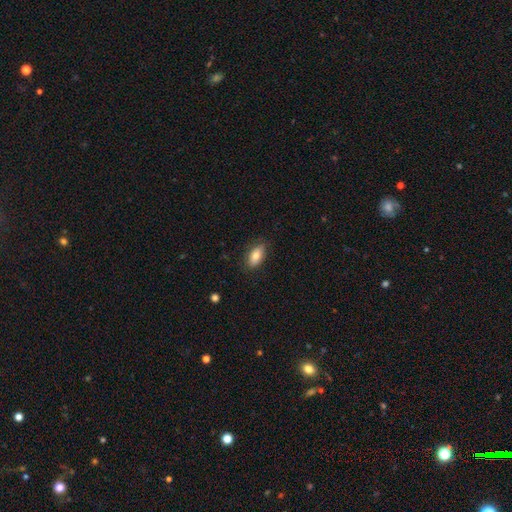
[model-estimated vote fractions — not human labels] A smooth galaxy with no disk features (79%) that is in between round and cigar-shaped (89%).

Vote fractions:
- Smooth or featured? smooth: 79% / featured or disk: 14% / star or artifact: 7%
- How rounded? in between: 89% / cigar-shaped: 6% / round: 5%
- Merging? none: 81% / minor disturbance: 15% / major disturbance: 3% / merger: 1%